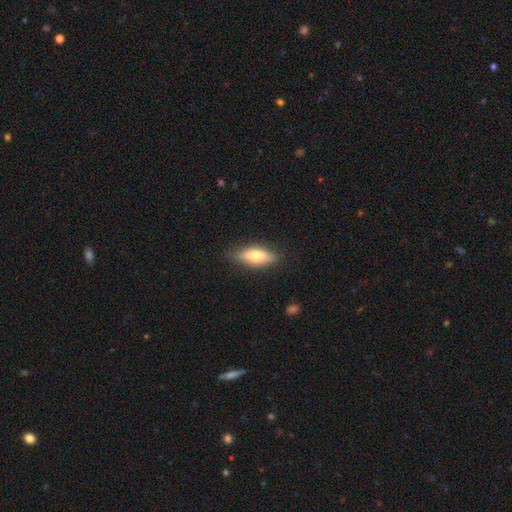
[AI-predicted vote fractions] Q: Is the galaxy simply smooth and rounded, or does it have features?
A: smooth — 66%.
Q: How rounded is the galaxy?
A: in between — 62%.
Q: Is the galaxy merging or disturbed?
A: none — 84%.